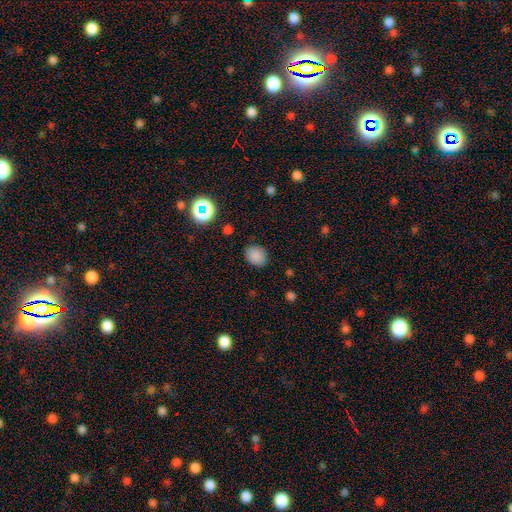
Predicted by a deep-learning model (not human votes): A smooth galaxy with no disk features (84%) that is round (54%).

Vote fractions:
- Smooth or featured? smooth: 84% / star or artifact: 12% / featured or disk: 4%
- How rounded? round: 54% / in between: 45% / cigar-shaped: 1%
- Merging? none: 85% / minor disturbance: 10% / major disturbance: 3% / merger: 1%